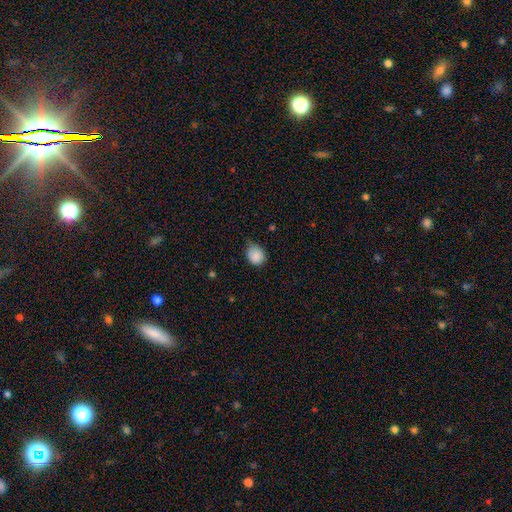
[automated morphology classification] Q: Smooth or featured?
A: smooth (88%); runner-up: star or artifact (8%)
Q: How rounded?
A: round (61%); runner-up: in between (38%)
Q: Merging?
A: none (56%); runner-up: minor disturbance (37%)